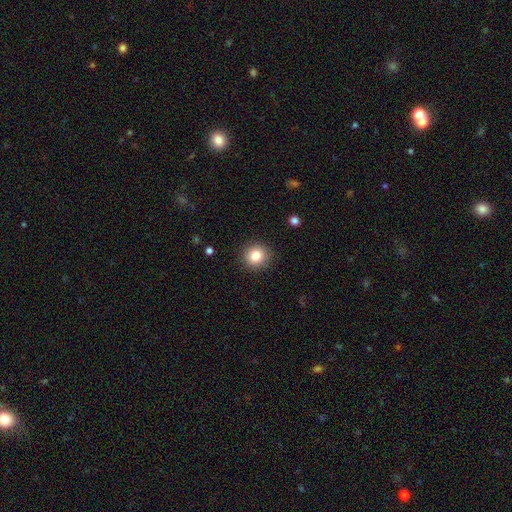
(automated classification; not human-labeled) Smooth or featured? Predicted: smooth (p=0.84). How rounded? Predicted: round (p=0.87). Merging? Predicted: none (p=0.89).